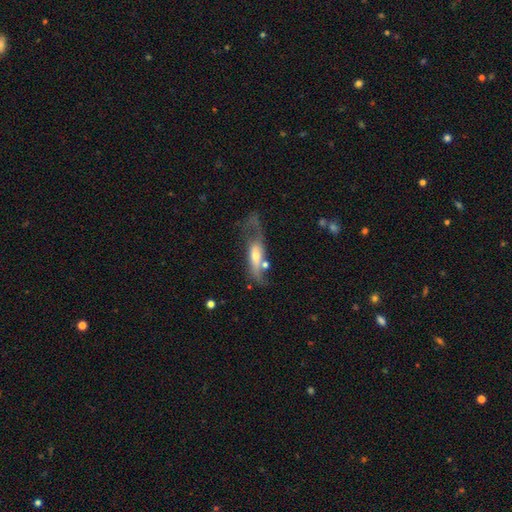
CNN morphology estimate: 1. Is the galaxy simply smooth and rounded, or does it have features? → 57% featured or disk, 36% smooth, 8% star or artifact.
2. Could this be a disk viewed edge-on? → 65% no, 35% yes.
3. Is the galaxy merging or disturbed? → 32% major disturbance, 29% none, 21% minor disturbance, 18% merger.